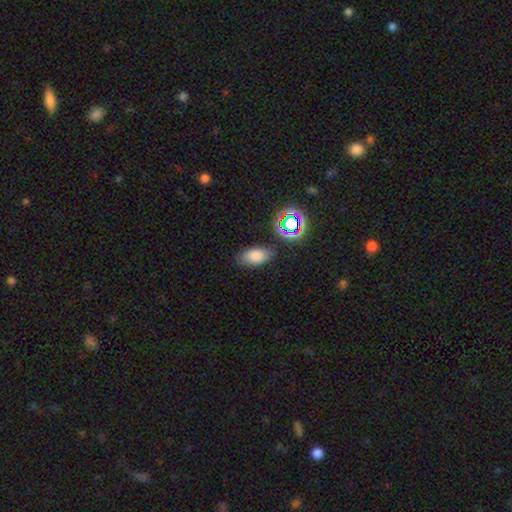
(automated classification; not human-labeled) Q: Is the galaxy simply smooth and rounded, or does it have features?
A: smooth — 77%.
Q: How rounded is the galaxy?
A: in between — 90%.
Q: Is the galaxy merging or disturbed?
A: none — 80%.